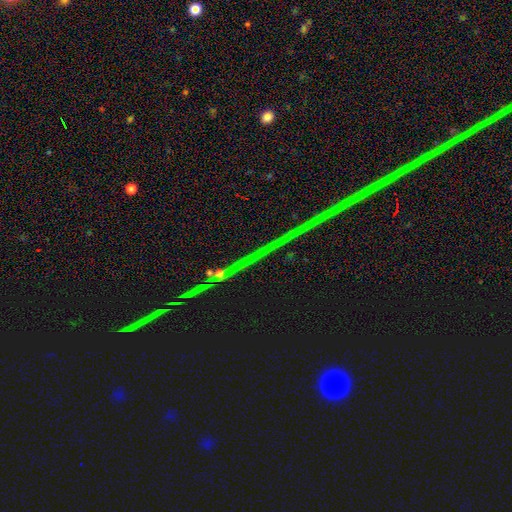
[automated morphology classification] The model was most divided on "smooth or featured": star or artifact: 85%, featured or disk: 9%, smooth: 7%.